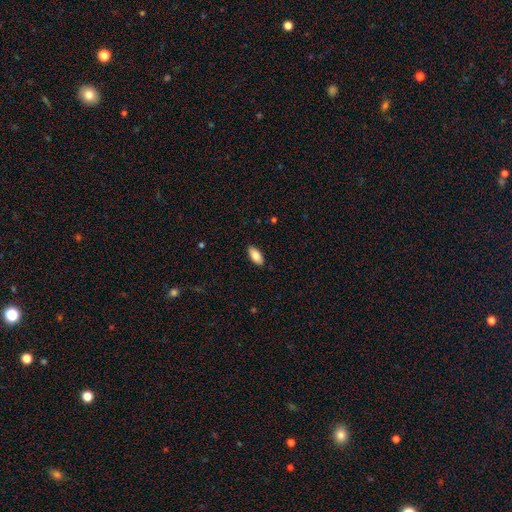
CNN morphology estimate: smooth 86%, featured or disk 8%, star or artifact 6%. Down the decision tree: how rounded — in between (91%); merging — none (88%).